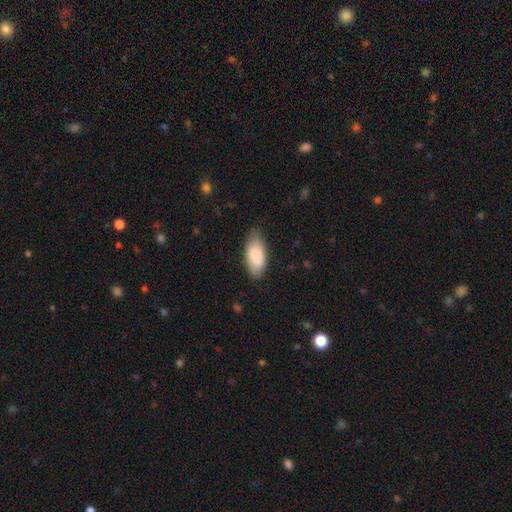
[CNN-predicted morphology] Smooth or featured?
  - smooth: 80% *
  - featured or disk: 15%
  - star or artifact: 6%
How rounded?
  - in between: 89% *
  - cigar-shaped: 9%
  - round: 2%
Merging?
  - none: 74% *
  - minor disturbance: 21%
  - major disturbance: 4%
  - merger: 1%